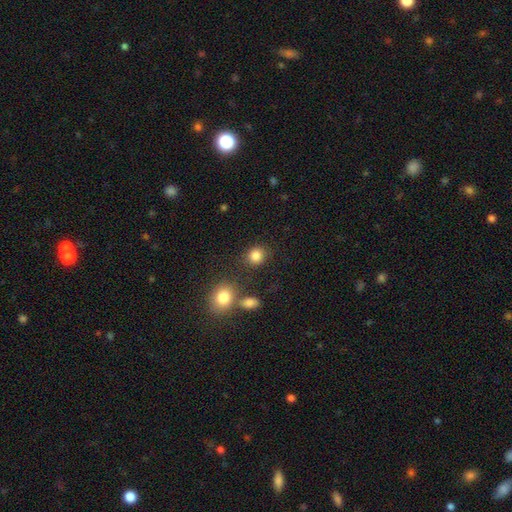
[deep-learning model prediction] This is clearly a smooth galaxy (85%). How rounded: likely round (78%). Merging: likely none (78%).